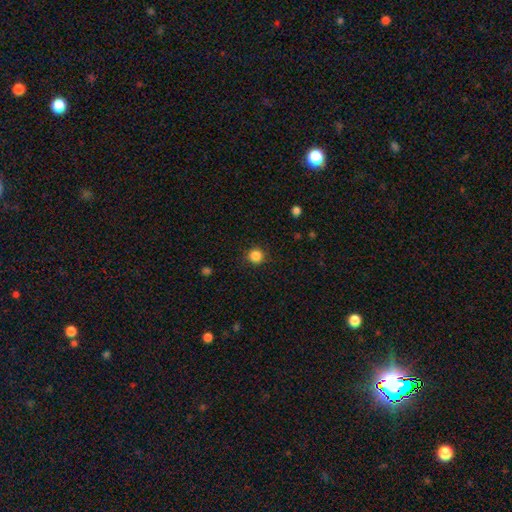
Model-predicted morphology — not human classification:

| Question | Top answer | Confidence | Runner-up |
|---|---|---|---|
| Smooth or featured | smooth | 85% | star or artifact (11%) |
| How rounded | round | 93% | in between (6%) |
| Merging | none | 89% | minor disturbance (8%) |